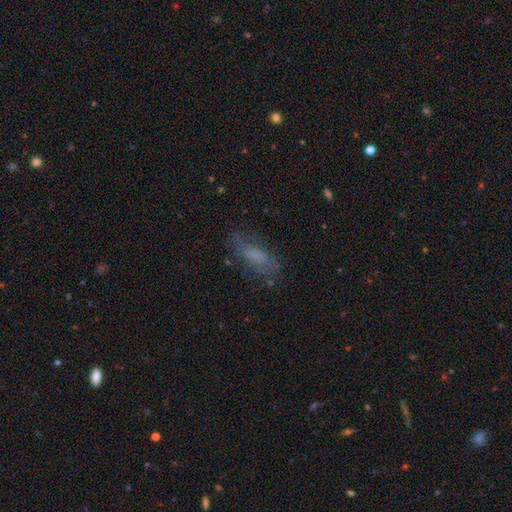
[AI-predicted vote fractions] Smooth or featured? smooth (51%)
How rounded? in between (74%)
Merging? none (63%)